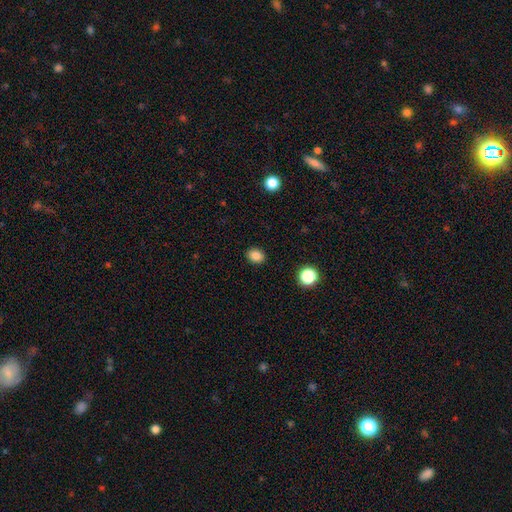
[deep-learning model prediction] A smooth galaxy with no disk features (85%) that is round (56%). Merging: none (90%).